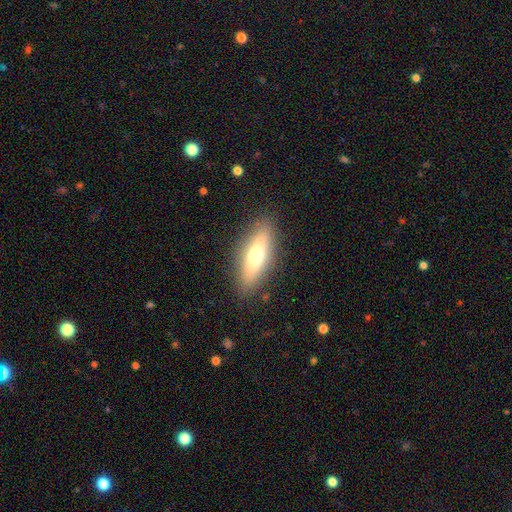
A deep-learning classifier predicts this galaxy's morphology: This is possibly a smooth galaxy (58%). How rounded: possibly in between (50%). Merging: clearly none (86%).